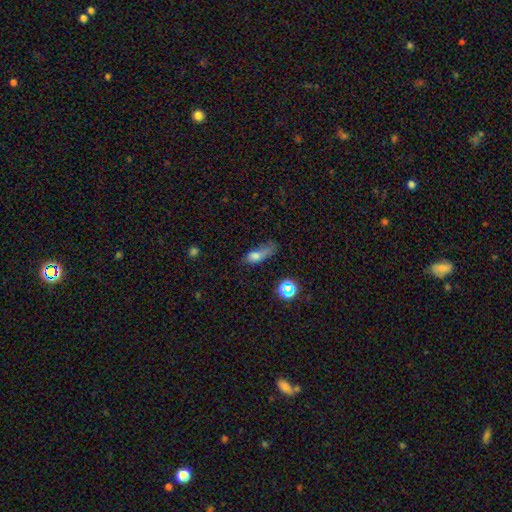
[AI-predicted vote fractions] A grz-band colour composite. It shows a smooth galaxy with no disk features (71%) that is in between round and cigar-shaped (62%). Merging: major disturbance (32%, tied with minor disturbance).